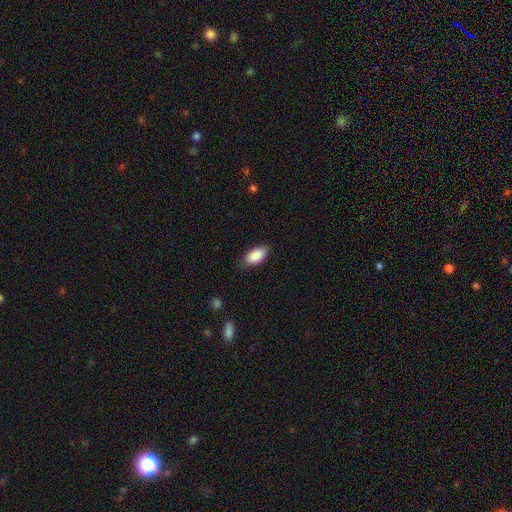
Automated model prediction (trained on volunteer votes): The model was most divided on "merging": none: 77%, minor disturbance: 19%, major disturbance: 3%, merger: 1%. More confident: how rounded — in between (92%); smooth or featured — smooth (86%).